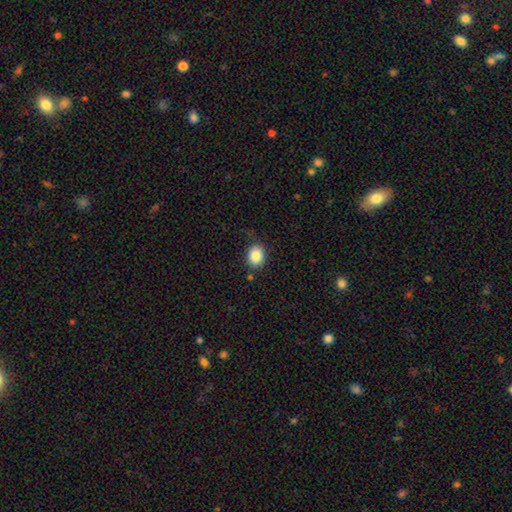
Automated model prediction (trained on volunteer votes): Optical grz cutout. It shows a smooth galaxy with no disk features (87%) that is in between round and cigar-shaped (59%). Merging: none (86%).